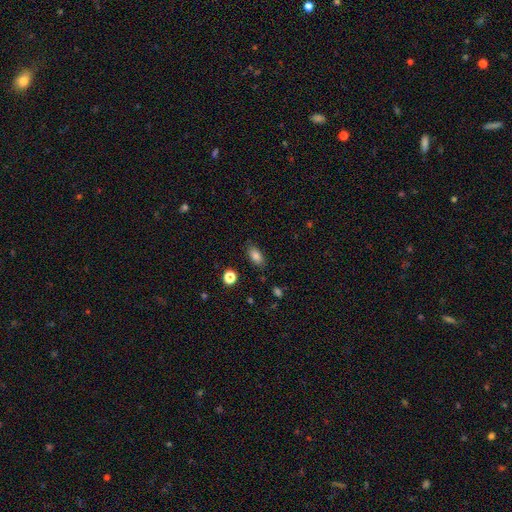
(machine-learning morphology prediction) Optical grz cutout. It shows a smooth galaxy with no disk features (84%) that is in between round and cigar-shaped (88%). Merging: none (84%).